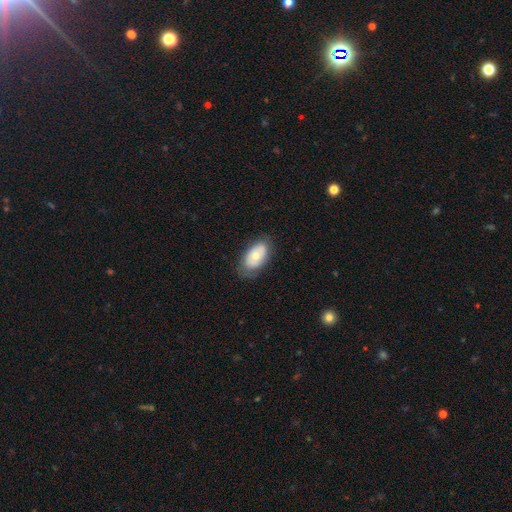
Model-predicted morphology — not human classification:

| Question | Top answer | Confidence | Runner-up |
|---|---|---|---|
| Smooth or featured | smooth | 60% | featured or disk (33%) |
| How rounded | in between | 92% | round (6%) |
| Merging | none | 74% | minor disturbance (19%) |